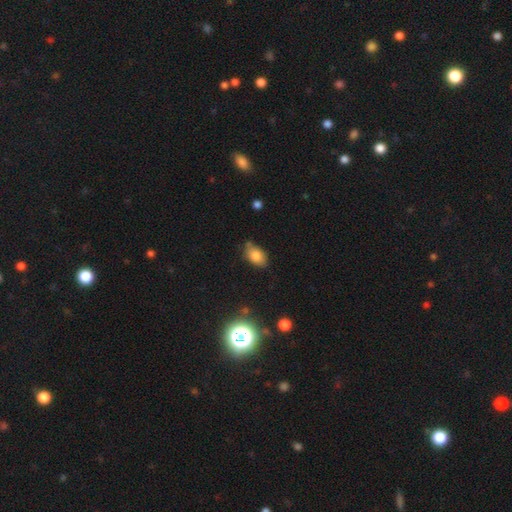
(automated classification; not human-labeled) Morphology: type=smooth (78%); roundness=in between (89%); merging=none (62%).